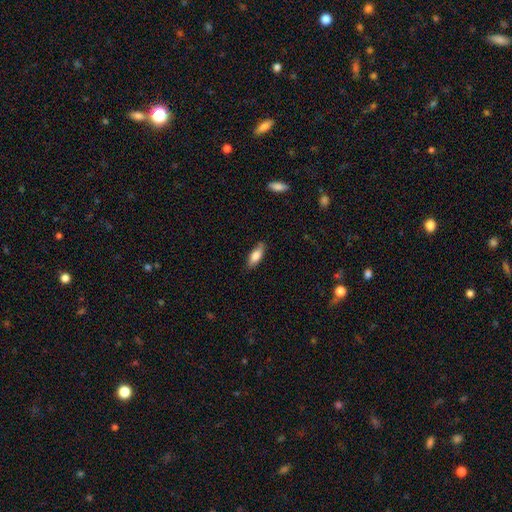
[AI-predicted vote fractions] This is likely a smooth galaxy (78%). How rounded: likely in between (73%). Merging: clearly none (82%).